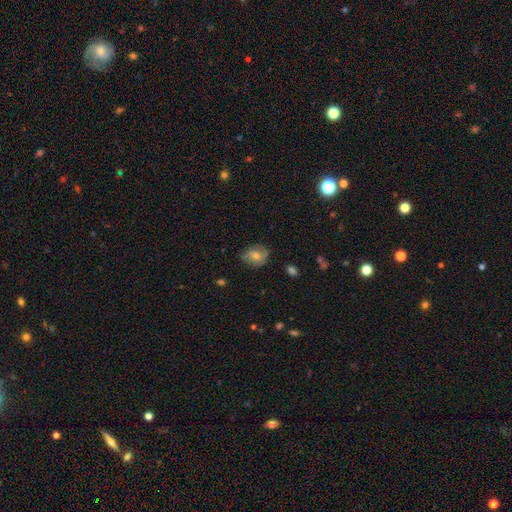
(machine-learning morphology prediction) Q: Smooth or featured?
A: smooth (48%); runner-up: featured or disk (40%)
Q: Merging?
A: none (71%); runner-up: minor disturbance (21%)